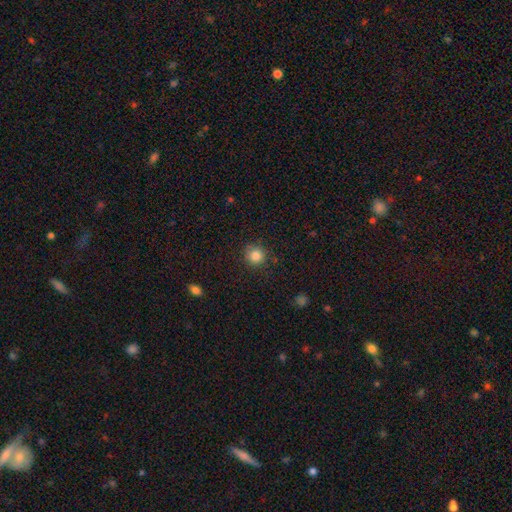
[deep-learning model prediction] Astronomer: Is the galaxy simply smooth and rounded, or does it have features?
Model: smooth — 84%.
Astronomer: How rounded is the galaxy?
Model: round — 91%.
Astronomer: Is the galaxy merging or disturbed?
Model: none — 85%.